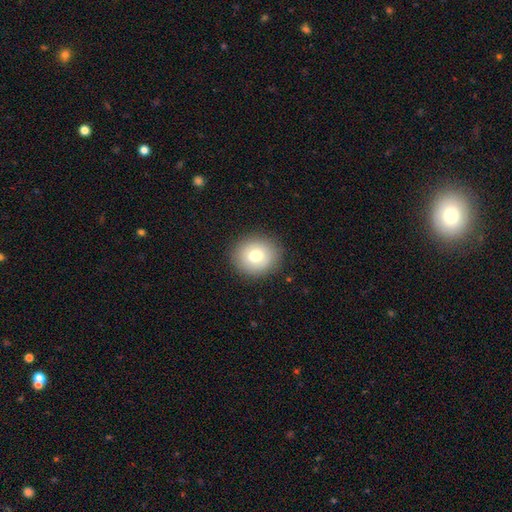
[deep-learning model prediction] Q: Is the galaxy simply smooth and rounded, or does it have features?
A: smooth — 71%.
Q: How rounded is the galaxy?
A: round — 75%.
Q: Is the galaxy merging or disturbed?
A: none — 87%.